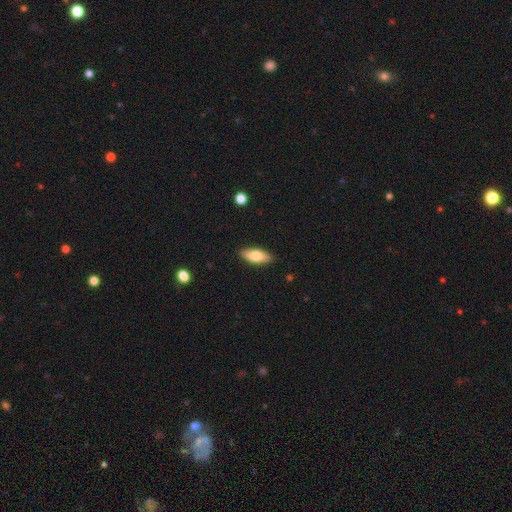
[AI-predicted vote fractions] The model was most divided on "how rounded": in between: 75%, cigar-shaped: 23%, round: 2%. More confident: merging — none (88%); smooth or featured — smooth (74%).